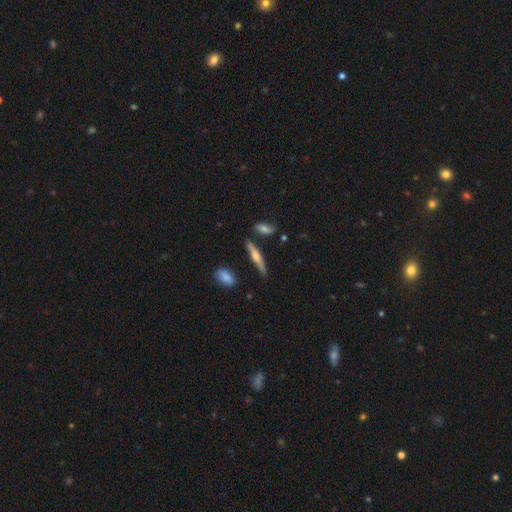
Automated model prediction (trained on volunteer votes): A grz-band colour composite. It shows a featured or disk galaxy (52%) viewed edge-on (95%). Merging: none (82%).